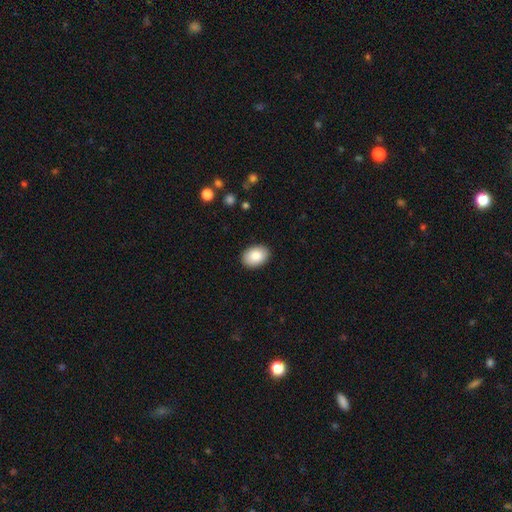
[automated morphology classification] Smooth or featured? smooth (87%)
How rounded? in between (81%)
Merging? none (90%)